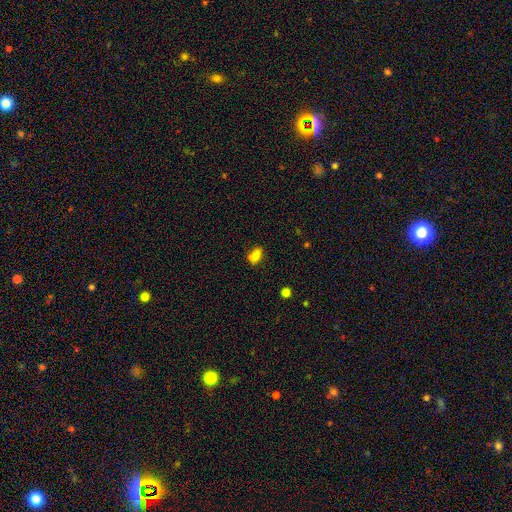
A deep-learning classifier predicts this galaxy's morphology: Smooth or featured?
  - smooth: 78% *
  - featured or disk: 12%
  - star or artifact: 11%
How rounded?
  - in between: 80% *
  - round: 15%
  - cigar-shaped: 4%
Merging?
  - none: 62% *
  - minor disturbance: 22%
  - merger: 10%
  - major disturbance: 5%